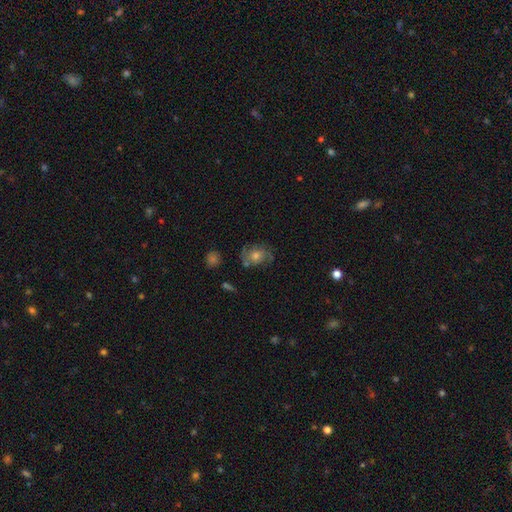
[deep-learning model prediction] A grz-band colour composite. It shows a featured or disk galaxy (62%) with no bar (76%), 2 (56%) medium (45%) spiral arms (86%) and a moderate central bulge (63%). Merging: none (72%).